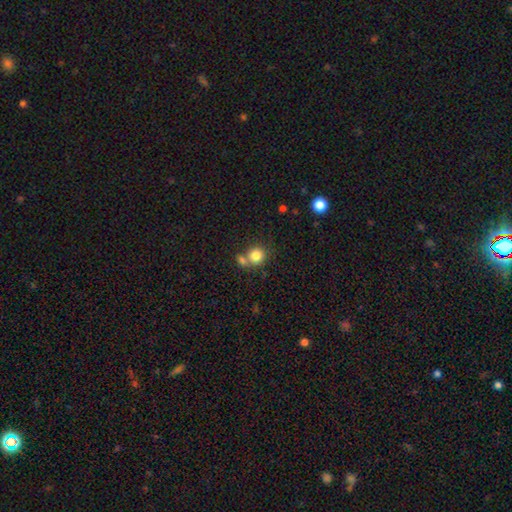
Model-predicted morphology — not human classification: Smooth or featured? Predicted: smooth (p=0.81). How rounded? Predicted: round (p=0.84). Merging? Predicted: none (p=0.50).